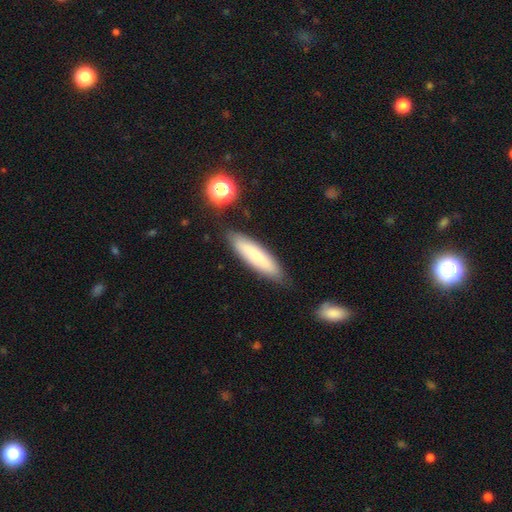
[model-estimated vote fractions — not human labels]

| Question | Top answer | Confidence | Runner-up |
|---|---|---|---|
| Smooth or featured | smooth | 72% | featured or disk (22%) |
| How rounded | cigar-shaped | 76% | in between (23%) |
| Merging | none | 83% | minor disturbance (12%) |